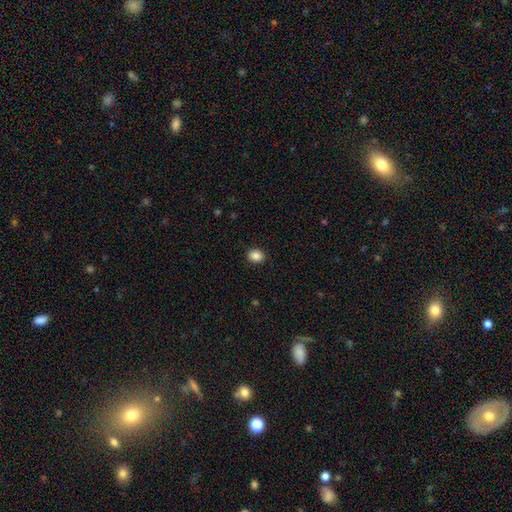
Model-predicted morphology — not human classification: A smooth galaxy with no disk features (86%) that is round (61%).

Vote fractions:
- Smooth or featured? smooth: 86% / star or artifact: 9% / featured or disk: 4%
- How rounded? round: 61% / in between: 38% / cigar-shaped: 1%
- Merging? none: 91% / minor disturbance: 6% / major disturbance: 2% / merger: 1%